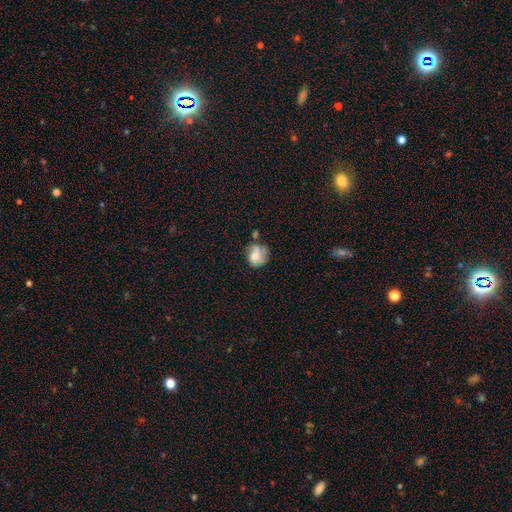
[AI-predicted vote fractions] Overall: smooth (47%; featured or disk 43%). Merging: none (44%; minor disturbance 26%).